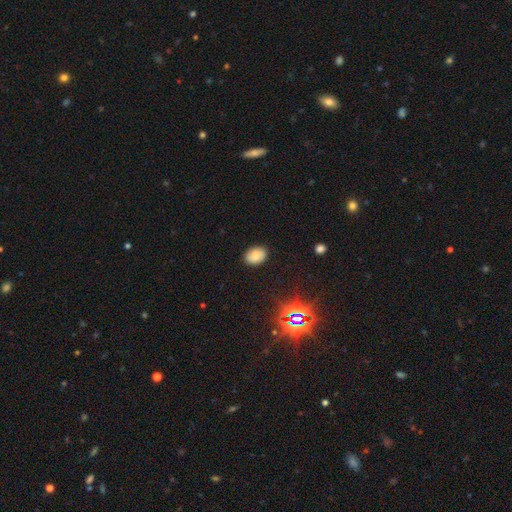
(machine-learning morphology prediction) Smooth or featured: smooth — 72% (featured or disk — 16%)
How rounded: in between — 77% (round — 22%)
Merging: none — 86% (minor disturbance — 10%)